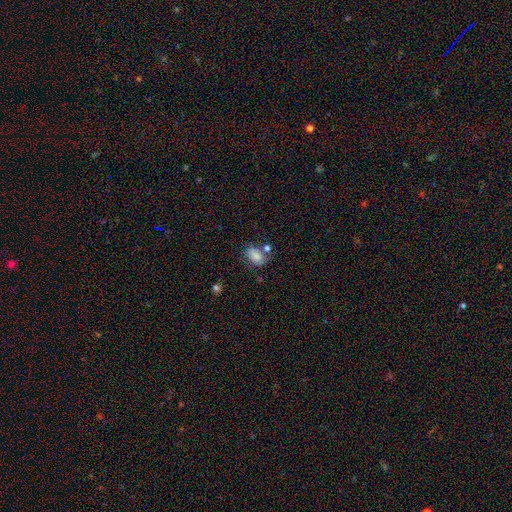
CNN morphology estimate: smooth 74%, featured or disk 17%, star or artifact 9%. Down the decision tree: how rounded — in between (83%); merging — none (50%).